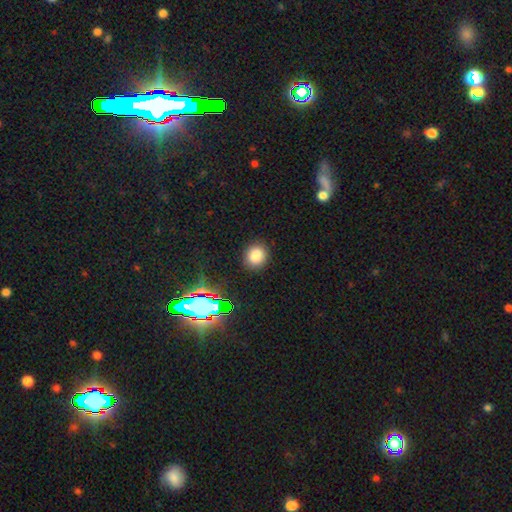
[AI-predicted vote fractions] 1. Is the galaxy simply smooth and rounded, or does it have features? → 81% smooth, 14% star or artifact, 5% featured or disk.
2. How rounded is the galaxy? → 69% round, 30% in between, 1% cigar-shaped.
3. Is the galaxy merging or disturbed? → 88% none, 8% minor disturbance, 2% major disturbance, 1% merger.